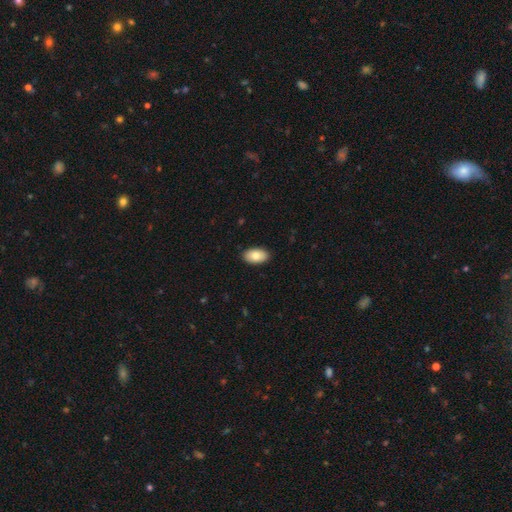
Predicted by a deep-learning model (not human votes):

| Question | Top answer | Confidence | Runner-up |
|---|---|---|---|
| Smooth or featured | smooth | 80% | featured or disk (14%) |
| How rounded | in between | 94% | round (4%) |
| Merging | none | 90% | minor disturbance (8%) |